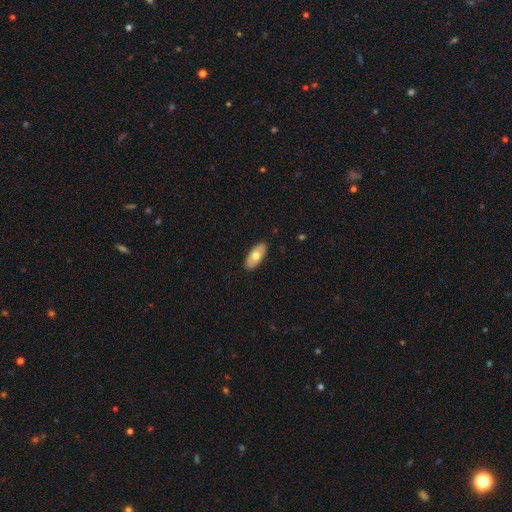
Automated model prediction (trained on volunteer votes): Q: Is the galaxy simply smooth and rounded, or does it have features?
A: smooth — 66%.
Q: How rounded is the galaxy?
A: in between — 90%.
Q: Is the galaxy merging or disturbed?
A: none — 89%.